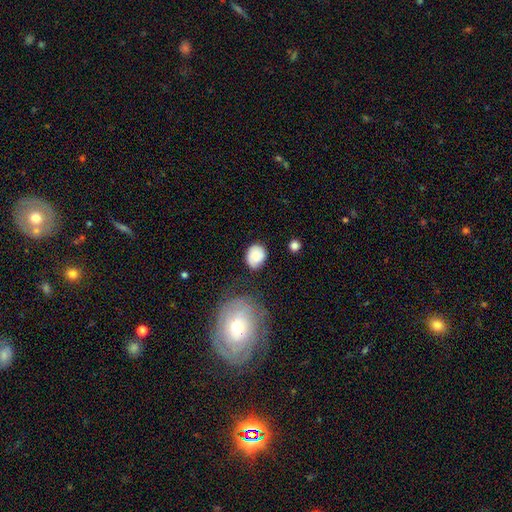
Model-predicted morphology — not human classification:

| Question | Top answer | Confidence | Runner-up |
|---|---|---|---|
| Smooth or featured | smooth | 82% | featured or disk (10%) |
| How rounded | round | 54% | in between (45%) |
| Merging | none | 73% | minor disturbance (19%) |